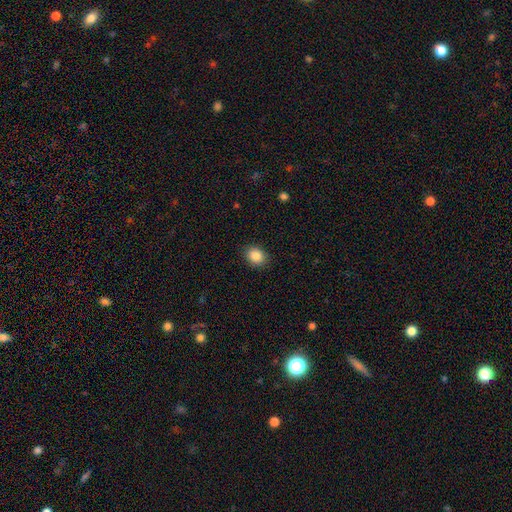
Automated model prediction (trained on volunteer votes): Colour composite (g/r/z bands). It shows a smooth galaxy with no disk features (87%) that is round (50%). Merging: none (88%).